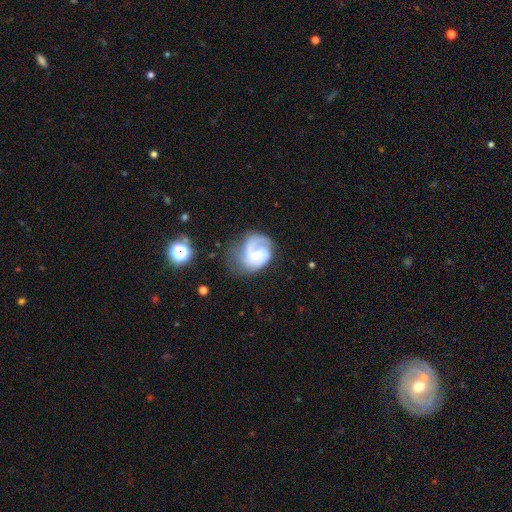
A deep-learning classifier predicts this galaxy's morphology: Smooth or featured? Predicted: featured or disk (p=0.82). Edge-on disk? Predicted: no (p=0.98). Bar? Predicted: weak (p=0.45). Spiral arms? Predicted: yes (p=0.95). Spiral winding? Predicted: medium (p=0.49). Spiral arm count? Predicted: 2 (p=0.57). Bulge size? Predicted: small (p=0.48). Merging? Predicted: none (p=0.51).